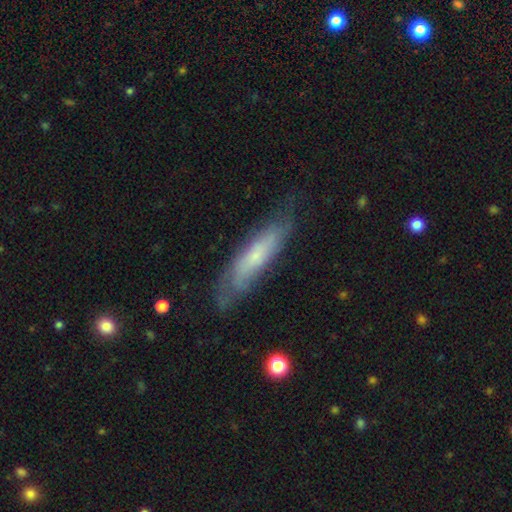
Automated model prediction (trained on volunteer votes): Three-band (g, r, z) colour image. It shows a featured or disk galaxy (54%). Merging: none (66%).